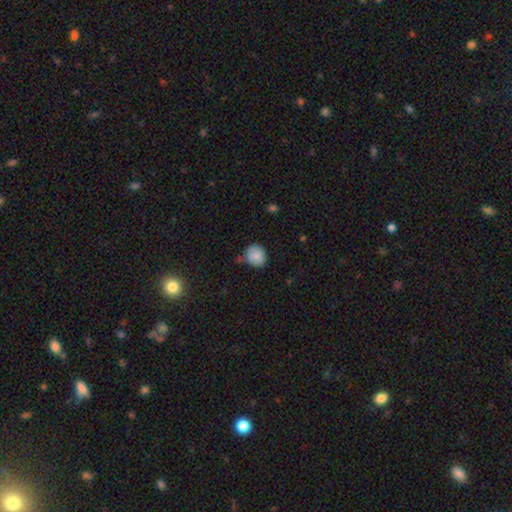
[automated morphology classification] The model was most divided on "merging": none: 72%, minor disturbance: 21%, merger: 4%, major disturbance: 3%. More confident: smooth or featured — smooth (83%); how rounded — round (78%).